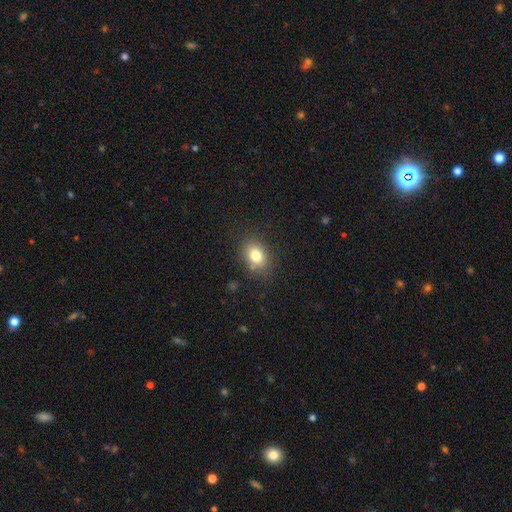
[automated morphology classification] The model was most divided on "how rounded": in between: 68%, round: 31%, cigar-shaped: 1%. More confident: merging — none (82%); smooth or featured — smooth (80%).